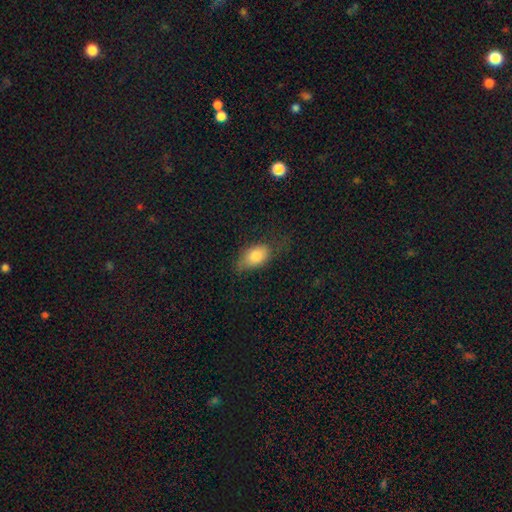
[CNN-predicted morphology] Q: Smooth or featured?
A: smooth (79%); runner-up: featured or disk (13%)
Q: How rounded?
A: in between (88%); runner-up: round (8%)
Q: Merging?
A: none (49%); runner-up: minor disturbance (32%)